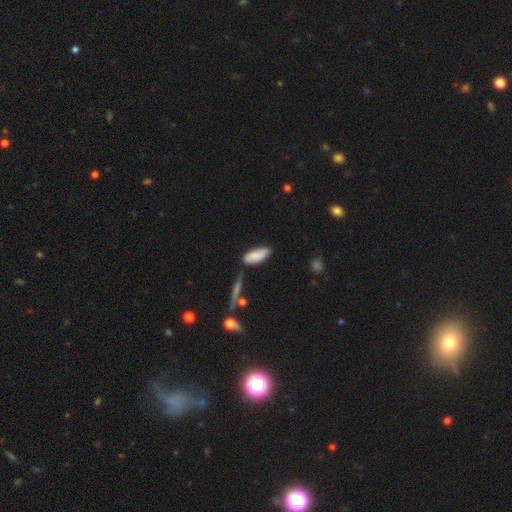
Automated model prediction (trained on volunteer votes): Overall: smooth (81%). How rounded: in between (74%). Merging: none (69%).